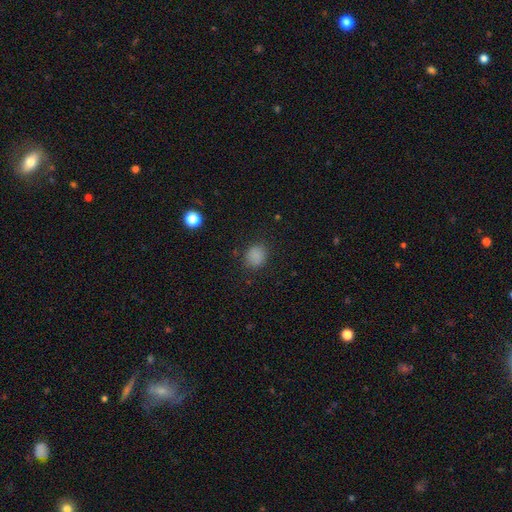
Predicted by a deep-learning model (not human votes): A smooth galaxy with no disk features (83%) that is round (69%).

Vote fractions:
- Smooth or featured? smooth: 83% / star or artifact: 12% / featured or disk: 4%
- How rounded? round: 69% / in between: 30% / cigar-shaped: 1%
- Merging? none: 82% / minor disturbance: 13% / major disturbance: 4% / merger: 1%